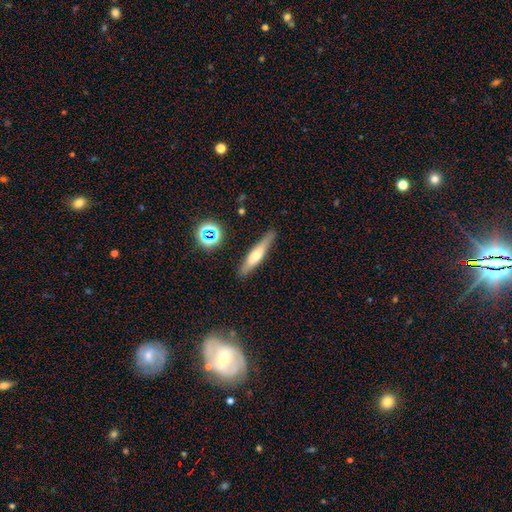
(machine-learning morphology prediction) Smooth or featured?
  - smooth: 47% *
  - featured or disk: 44%
  - star or artifact: 8%
Merging?
  - none: 85% *
  - minor disturbance: 10%
  - major disturbance: 2%
  - merger: 2%